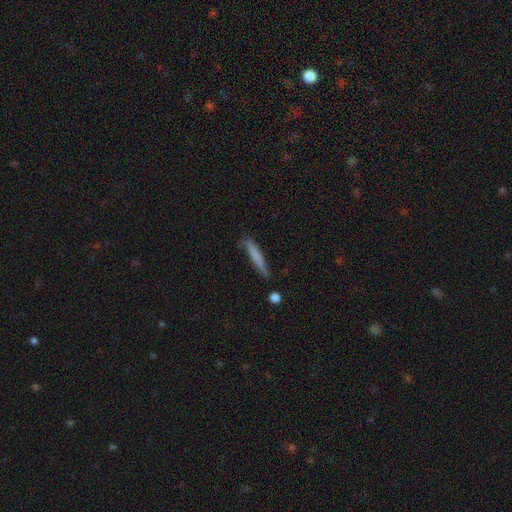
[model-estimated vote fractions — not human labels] Smooth or featured?
  - smooth: 70% *
  - featured or disk: 24%
  - star or artifact: 6%
How rounded?
  - cigar-shaped: 93% *
  - in between: 6%
  - round: 1%
Merging?
  - none: 71% *
  - minor disturbance: 21%
  - major disturbance: 4%
  - merger: 3%